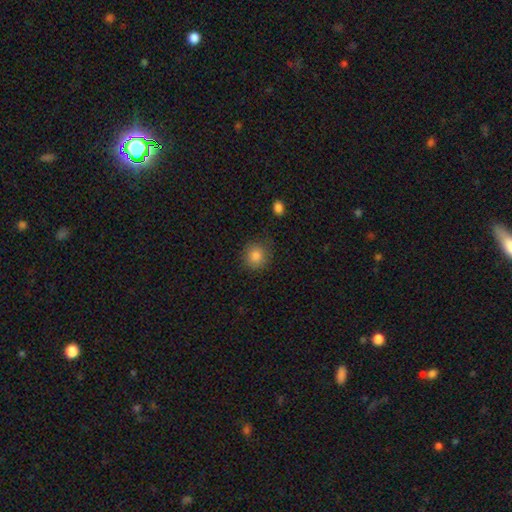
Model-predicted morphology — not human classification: This appears to be a smooth galaxy with no disk features (85%) that is round (88%). Merging: none (81%).